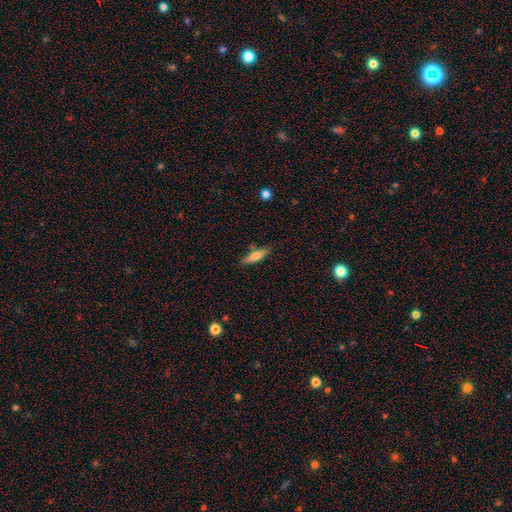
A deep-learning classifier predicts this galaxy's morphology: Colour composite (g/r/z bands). It shows a smooth galaxy with no disk features (56%) that is cigar-shaped (71%). Merging: none (81%).